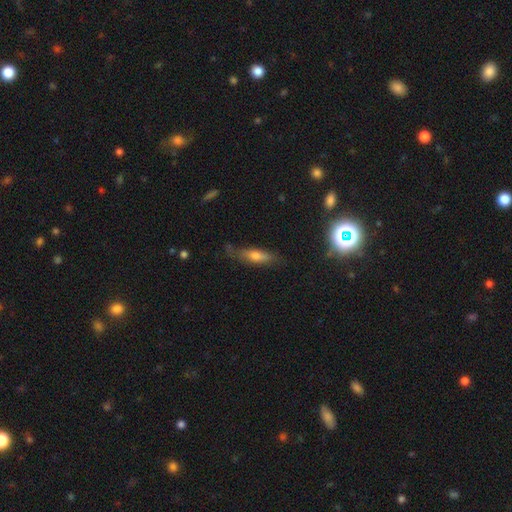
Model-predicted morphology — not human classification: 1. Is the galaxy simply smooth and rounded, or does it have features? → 53% smooth, 38% featured or disk, 10% star or artifact.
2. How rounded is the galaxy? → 66% cigar-shaped, 31% in between, 3% round.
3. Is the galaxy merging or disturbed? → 71% none, 21% minor disturbance, 6% major disturbance, 3% merger.